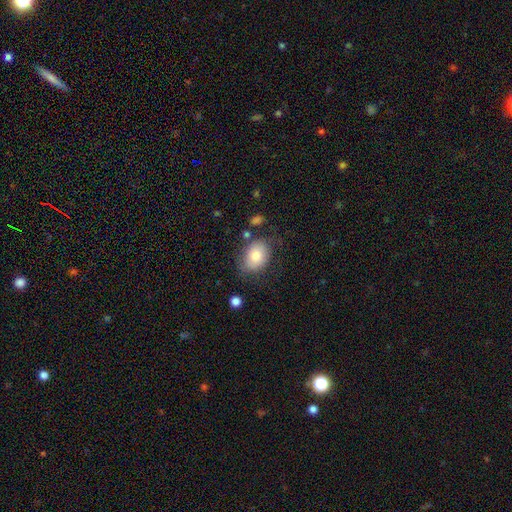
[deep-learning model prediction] This appears to be a smooth galaxy with no disk features (79%) that is in between round and cigar-shaped (71%). Merging: none (67%).